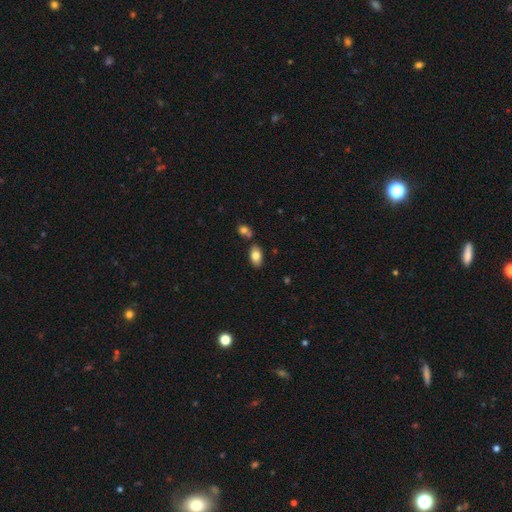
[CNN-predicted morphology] A smooth galaxy with no disk features (80%) that is in between round and cigar-shaped (92%). Merging: none (75%).